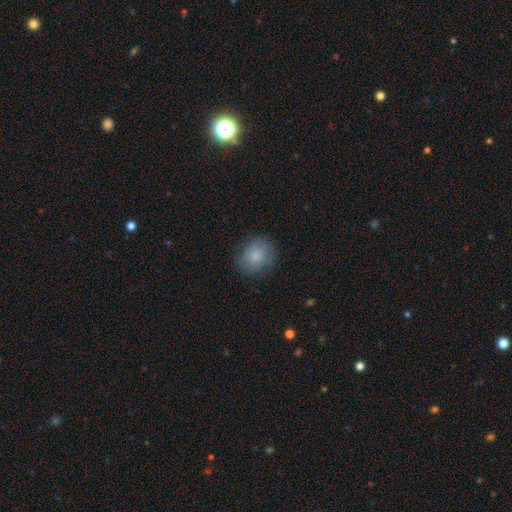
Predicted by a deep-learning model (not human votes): Q: Smooth or featured?
A: smooth (84%); runner-up: featured or disk (8%)
Q: How rounded?
A: round (73%); runner-up: in between (26%)
Q: Merging?
A: none (79%); runner-up: minor disturbance (15%)